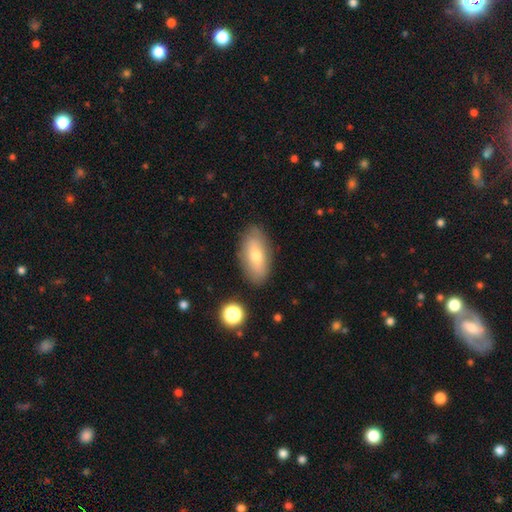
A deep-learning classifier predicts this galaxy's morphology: type=smooth (65%); roundness=in between (87%); merging=none (83%).